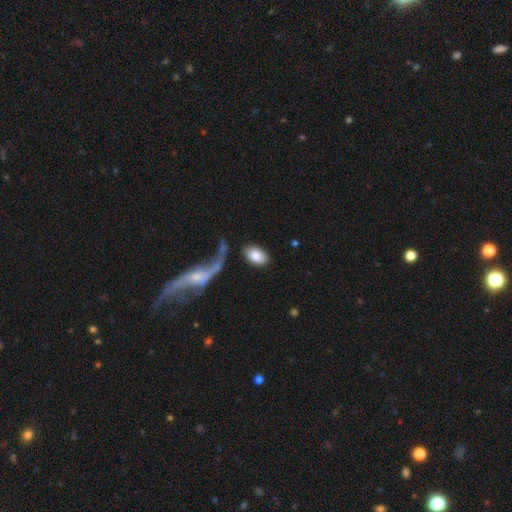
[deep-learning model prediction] Overall: smooth (80%). How rounded: in between (92%). Merging: none (74%).